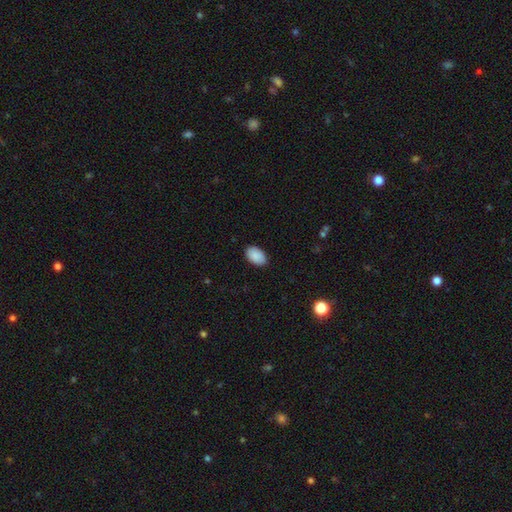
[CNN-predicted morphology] smooth 90%, star or artifact 7%, featured or disk 3%. Down the decision tree: how rounded — in between (92%); merging — none (89%).